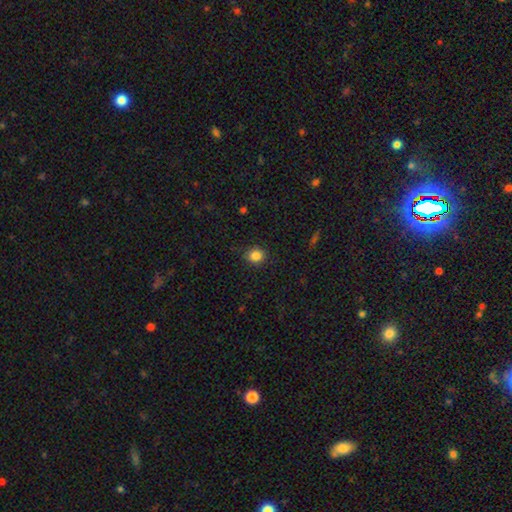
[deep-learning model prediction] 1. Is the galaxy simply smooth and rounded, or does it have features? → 85% smooth, 11% star or artifact, 4% featured or disk.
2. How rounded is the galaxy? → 80% round, 19% in between, 1% cigar-shaped.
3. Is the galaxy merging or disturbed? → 87% none, 9% minor disturbance, 3% major disturbance, 1% merger.